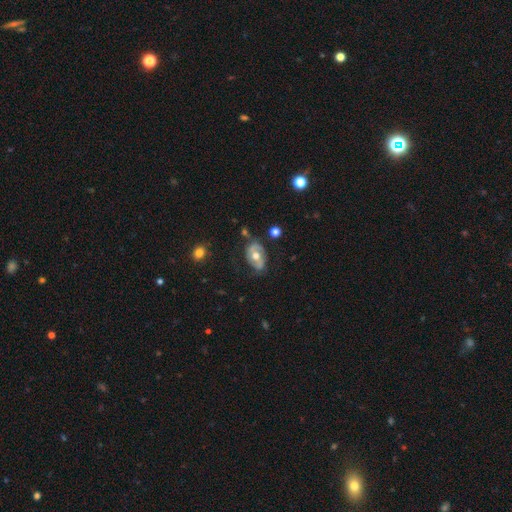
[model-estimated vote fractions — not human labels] A featured or disk galaxy (58%) with no bar (66%), spiral arms (51%) and a moderate central bulge (78%).

Vote fractions:
- Smooth or featured? featured or disk: 58% / smooth: 35% / star or artifact: 7%
- Edge-on disk? no: 93% / yes: 7%
- Bar? no: 66% / weak: 23% / strong: 11%
- Spiral arms? yes: 51% / no: 49%
- Bulge size? moderate: 78% / large: 11% / small: 9% / none: 1% / dominant: 1%
- Merging? none: 60% / minor disturbance: 26% / major disturbance: 10% / merger: 4%